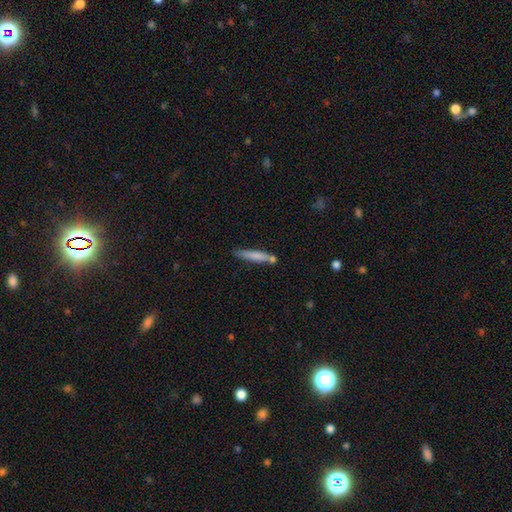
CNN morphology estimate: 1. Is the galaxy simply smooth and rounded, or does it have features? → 73% smooth, 21% featured or disk, 6% star or artifact.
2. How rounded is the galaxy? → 90% cigar-shaped, 8% in between, 1% round.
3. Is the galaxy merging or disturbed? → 65% none, 16% minor disturbance, 15% merger, 4% major disturbance.